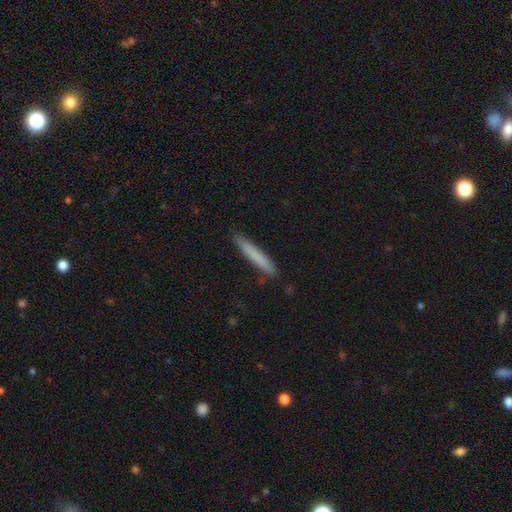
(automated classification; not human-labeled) Smooth or featured? Predicted: smooth (p=0.76). How rounded? Predicted: cigar-shaped (p=0.95). Merging? Predicted: none (p=0.88).